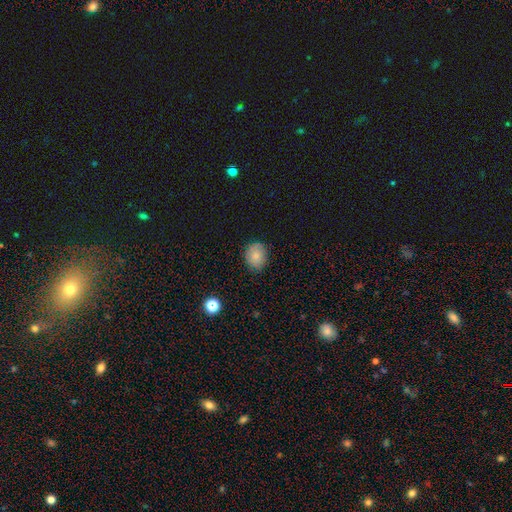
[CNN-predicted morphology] Overall: smooth (82%). How rounded: round (56%; in between 43%). Merging: none (79%).